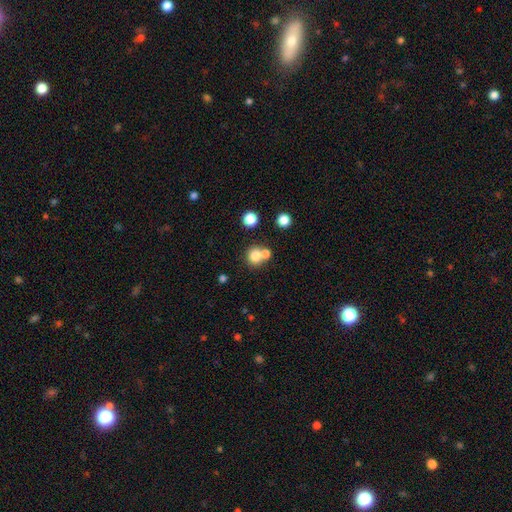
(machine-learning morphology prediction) This is likely a smooth galaxy (78%). How rounded: clearly round (88%). Merging: possibly none (51%).